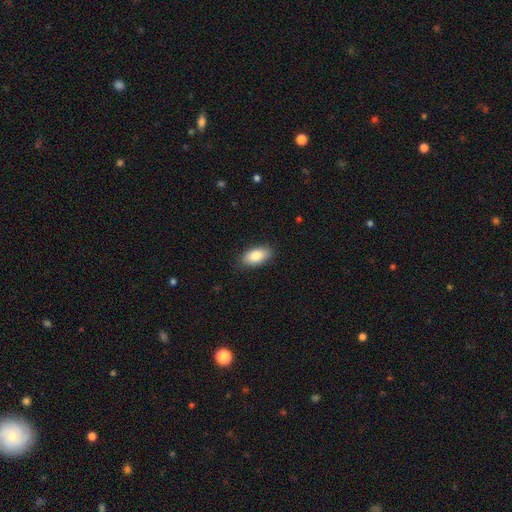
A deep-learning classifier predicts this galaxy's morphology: Q: Smooth or featured?
A: smooth (85%); runner-up: featured or disk (8%)
Q: How rounded?
A: in between (92%); runner-up: cigar-shaped (4%)
Q: Merging?
A: none (87%); runner-up: minor disturbance (10%)